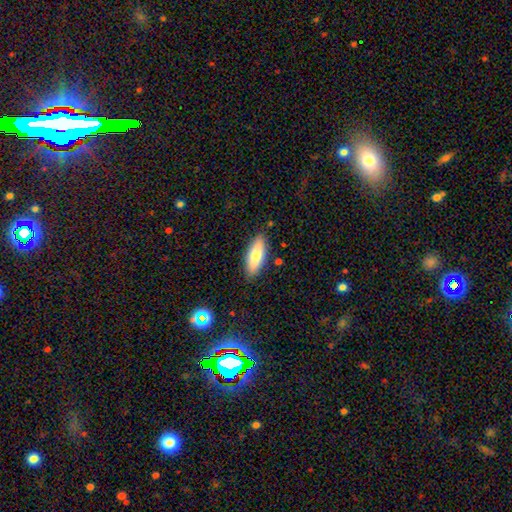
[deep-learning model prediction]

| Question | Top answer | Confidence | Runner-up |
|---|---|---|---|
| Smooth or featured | smooth | 75% | featured or disk (19%) |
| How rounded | in between | 67% | cigar-shaped (31%) |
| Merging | none | 84% | minor disturbance (11%) |